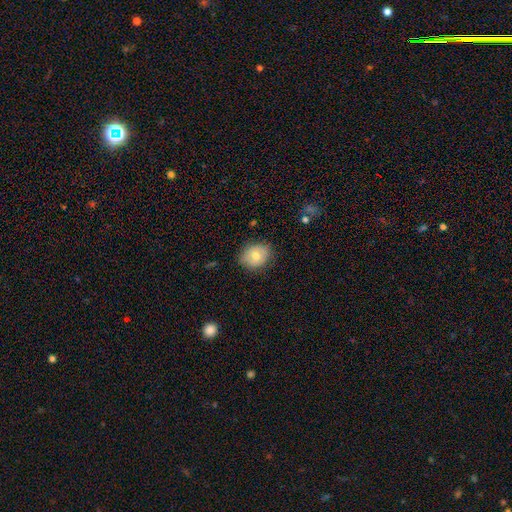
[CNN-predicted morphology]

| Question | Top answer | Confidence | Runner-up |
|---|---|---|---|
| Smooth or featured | smooth | 71% | featured or disk (21%) |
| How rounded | round | 53% | in between (46%) |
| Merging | none | 81% | minor disturbance (15%) |